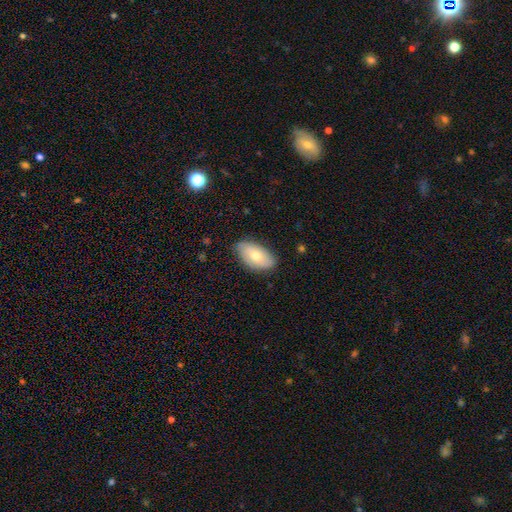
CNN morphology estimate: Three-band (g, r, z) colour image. It shows a smooth galaxy with no disk features (66%) that is in between round and cigar-shaped (93%). Merging: none (77%).